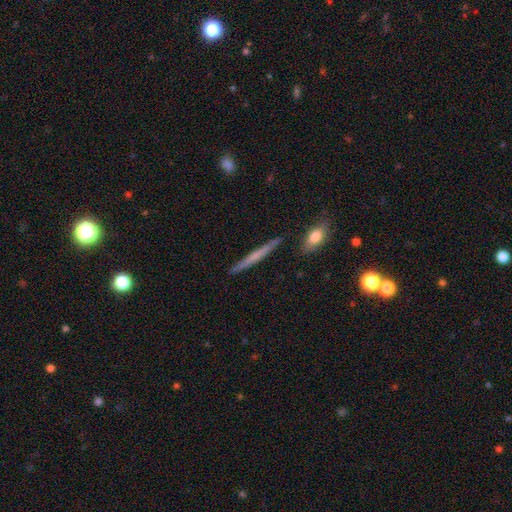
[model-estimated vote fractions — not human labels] Morphology: type=featured or disk (47%); merging=none (89%).